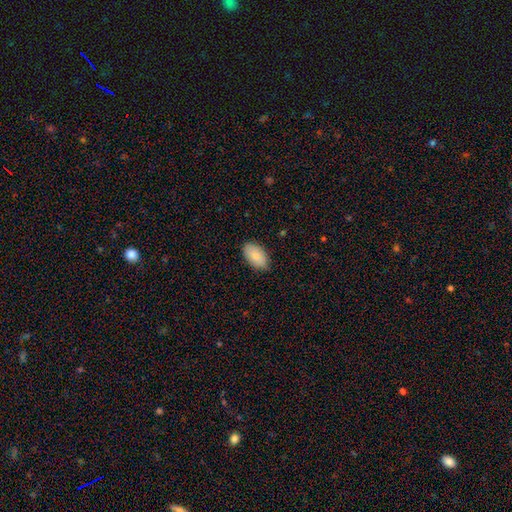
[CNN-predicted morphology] Smooth or featured? smooth (87%)
How rounded? in between (95%)
Merging? none (86%)